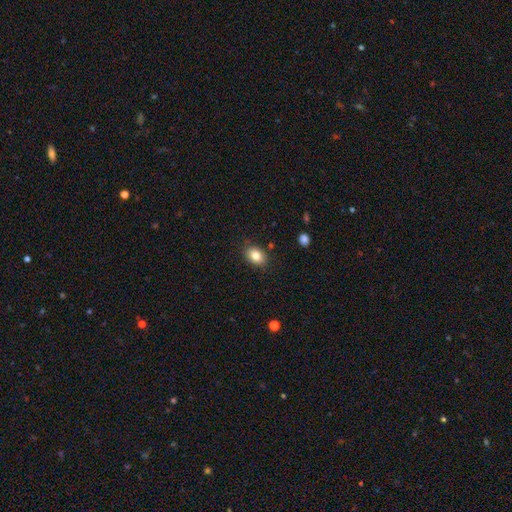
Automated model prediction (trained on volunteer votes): Overall: smooth (84%). How rounded: in between (73%). Merging: none (85%).